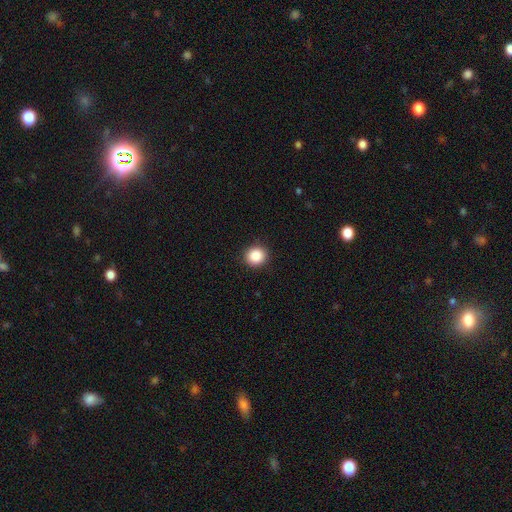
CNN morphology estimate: This is clearly a smooth galaxy (88%). How rounded: clearly round (90%). Merging: clearly none (91%).